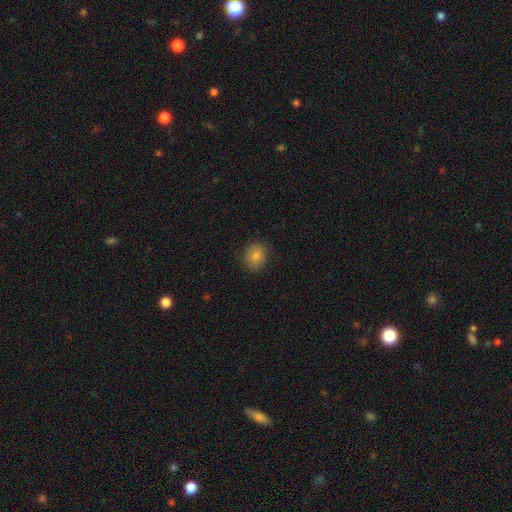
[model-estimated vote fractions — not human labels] smooth-or-featured: smooth: 82% | star or artifact: 10% | featured or disk: 9%
  how-rounded: round: 61% | in between: 38% | cigar-shaped: 1%
  merging: none: 80% | minor disturbance: 16% | major disturbance: 4% | merger: 1%